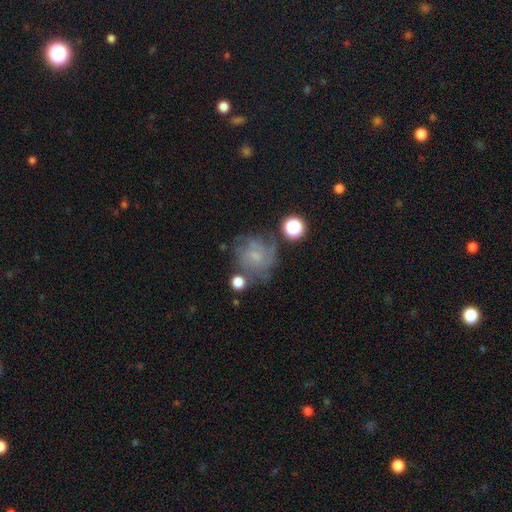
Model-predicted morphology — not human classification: This appears to be a featured or disk galaxy (55%) with no bar (70%), spiral arms (78%) and a small central bulge (58%). Merging: none (59%).